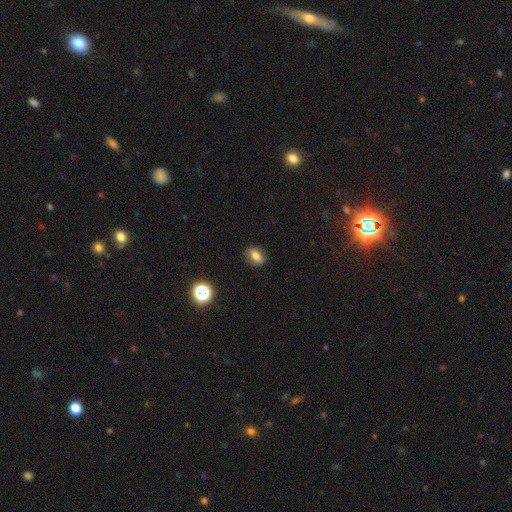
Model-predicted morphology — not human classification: This is likely a smooth galaxy (78%). How rounded: likely in between (79%). Merging: clearly none (85%).